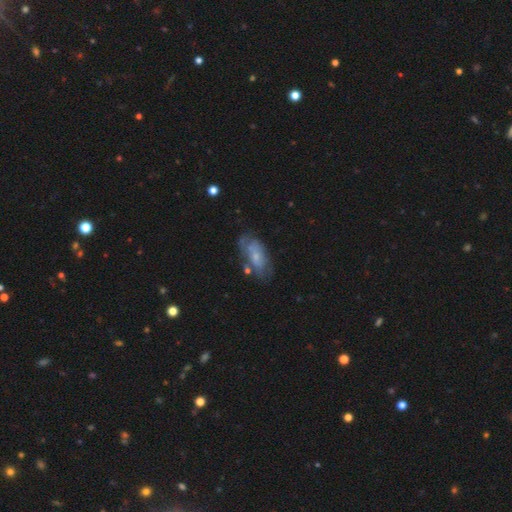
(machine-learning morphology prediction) This appears to be a featured or disk galaxy (53%). Merging: none (51%).